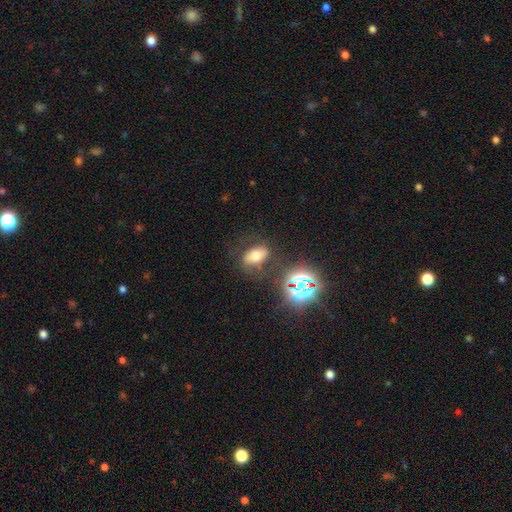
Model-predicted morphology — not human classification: smooth_or_featured: smooth (p=0.55) [alt: featured or disk p=0.23]
how_rounded: in between (p=0.85) [alt: round p=0.11]
merging: none (p=0.69) [alt: minor disturbance p=0.17]